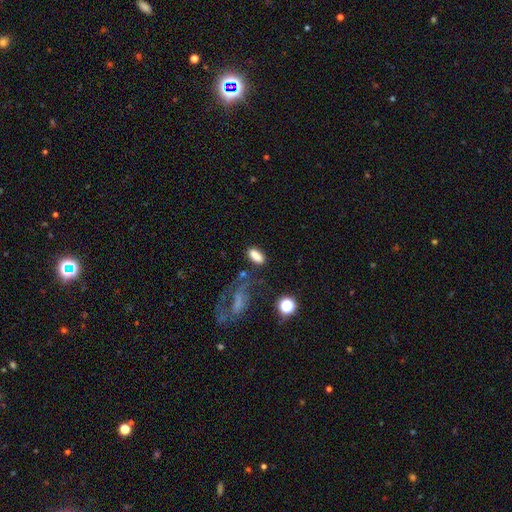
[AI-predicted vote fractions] Q: Smooth or featured?
A: smooth (83%); runner-up: star or artifact (9%)
Q: How rounded?
A: in between (85%); runner-up: cigar-shaped (10%)
Q: Merging?
A: none (70%); runner-up: minor disturbance (15%)